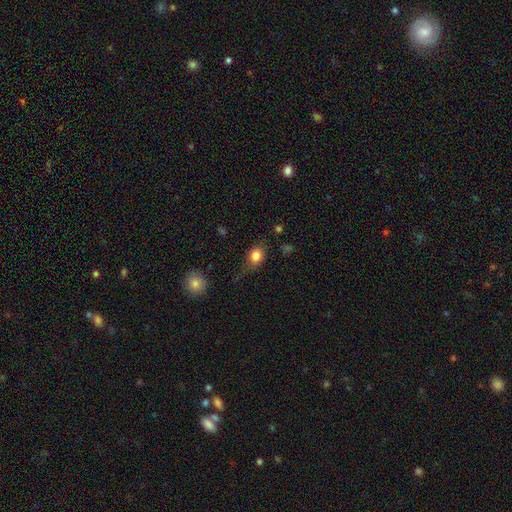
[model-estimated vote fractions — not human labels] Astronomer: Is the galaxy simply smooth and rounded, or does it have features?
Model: smooth — 82%.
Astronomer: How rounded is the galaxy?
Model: round — 52% (runner-up: in between, 46%).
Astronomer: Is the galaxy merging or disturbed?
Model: none — 61%.